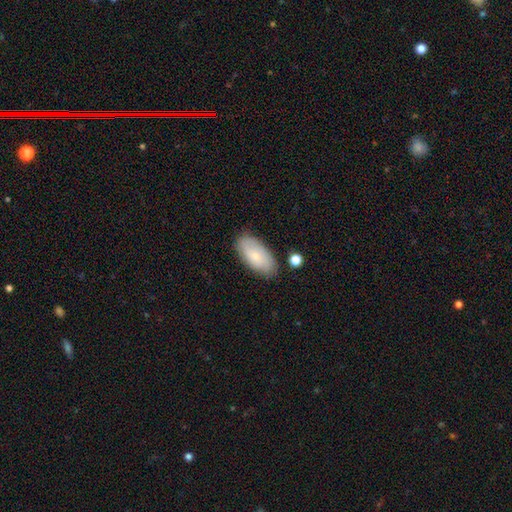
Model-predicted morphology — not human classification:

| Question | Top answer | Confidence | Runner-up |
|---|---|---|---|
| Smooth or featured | smooth | 69% | featured or disk (25%) |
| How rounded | in between | 92% | cigar-shaped (5%) |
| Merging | none | 78% | minor disturbance (16%) |